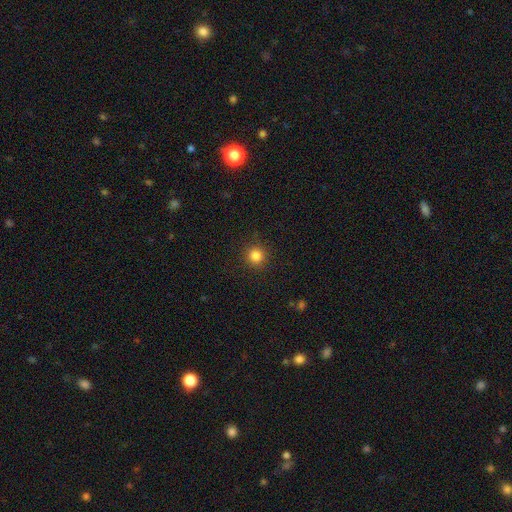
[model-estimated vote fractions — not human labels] Smooth or featured?
  - smooth: 83% *
  - star or artifact: 12%
  - featured or disk: 4%
How rounded?
  - round: 95% *
  - in between: 4%
  - cigar-shaped: 1%
Merging?
  - none: 91% *
  - minor disturbance: 6%
  - major disturbance: 2%
  - merger: 1%